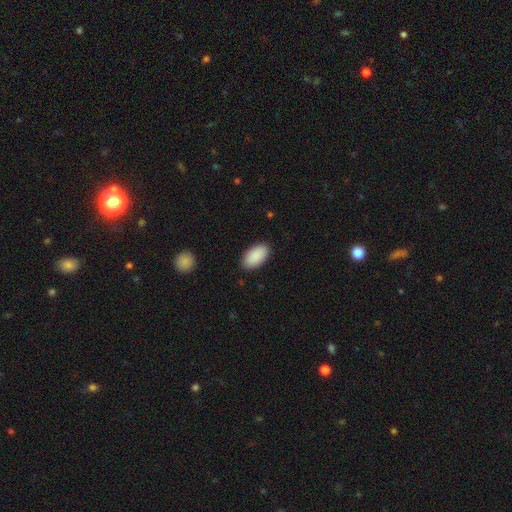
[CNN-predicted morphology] Smooth or featured? smooth (91%)
How rounded? in between (95%)
Merging? none (88%)